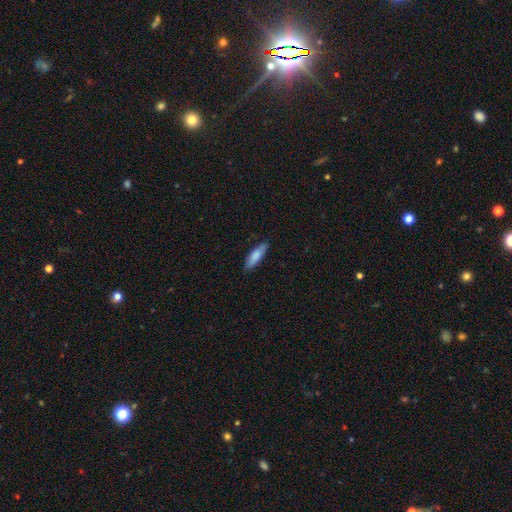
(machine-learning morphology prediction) Smooth or featured? Predicted: smooth (p=0.79). How rounded? Predicted: cigar-shaped (p=0.65). Merging? Predicted: none (p=0.86).